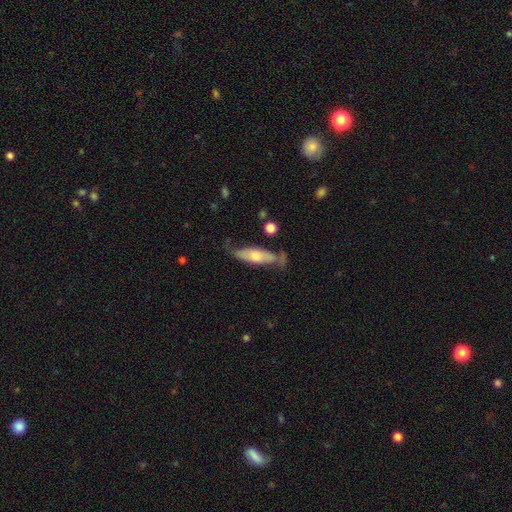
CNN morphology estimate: The model was most divided on "smooth or featured": smooth: 49%, featured or disk: 46%, star or artifact: 6%. More confident: merging — none (57%).